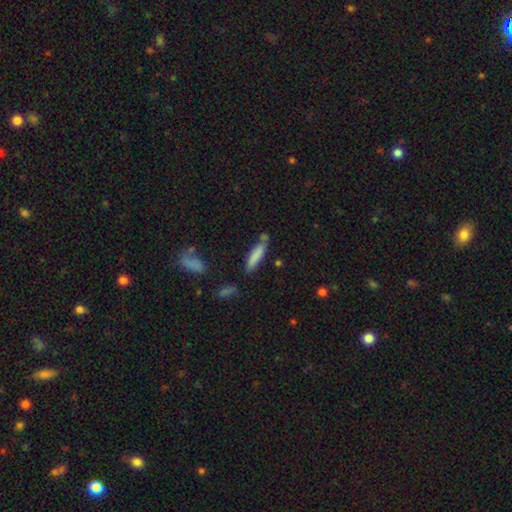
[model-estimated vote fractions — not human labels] A smooth galaxy with no disk features (81%) that is cigar-shaped (79%). Merging: none (70%).